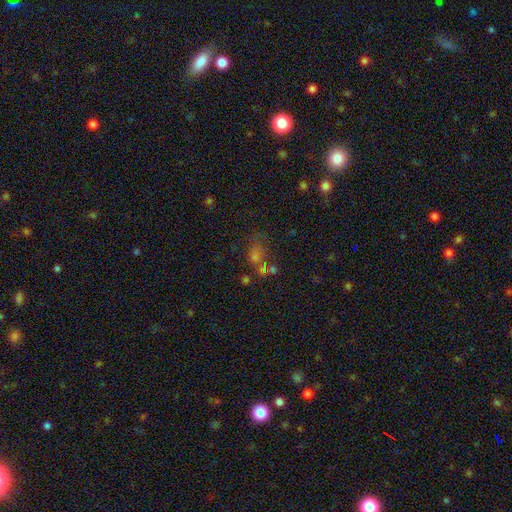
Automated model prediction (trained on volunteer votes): Overall: smooth (46%; star or artifact 36%). Merging: none (41%; merger 25%).